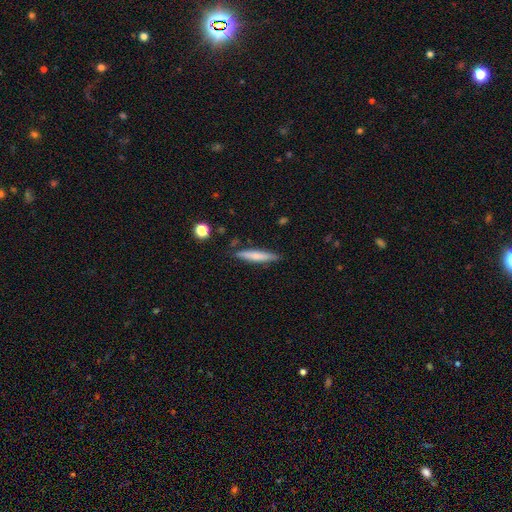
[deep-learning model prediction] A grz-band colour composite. It shows a smooth galaxy with no disk features (67%) that is cigar-shaped (91%). Merging: none (84%).